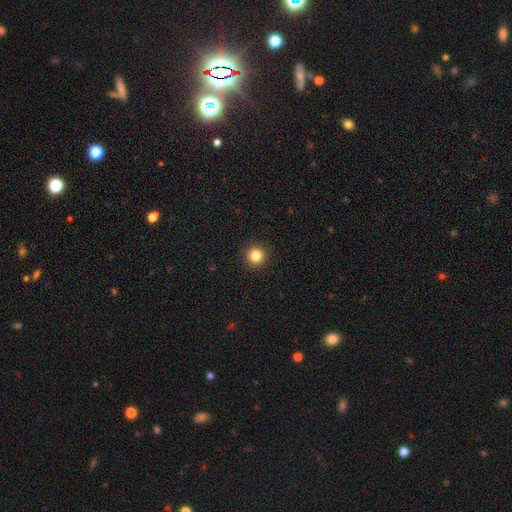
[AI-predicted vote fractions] A smooth galaxy with no disk features (84%) that is round (95%).

Vote fractions:
- Smooth or featured? smooth: 84% / star or artifact: 12% / featured or disk: 5%
- How rounded? round: 95% / in between: 4% / cigar-shaped: 1%
- Merging? none: 93% / minor disturbance: 4% / major disturbance: 2% / merger: 1%